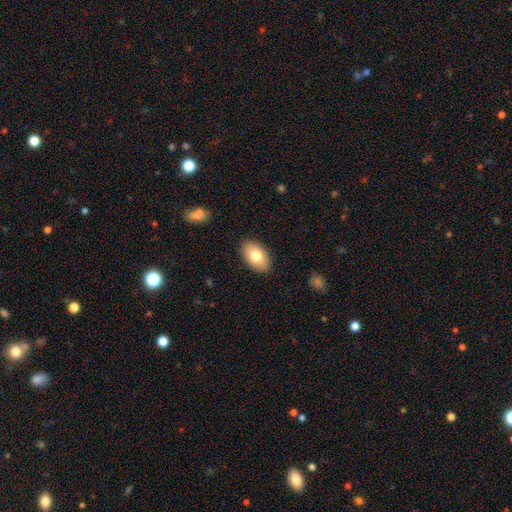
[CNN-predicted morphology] Smooth or featured? Predicted: smooth (p=0.77). How rounded? Predicted: in between (p=0.93). Merging? Predicted: none (p=0.88).